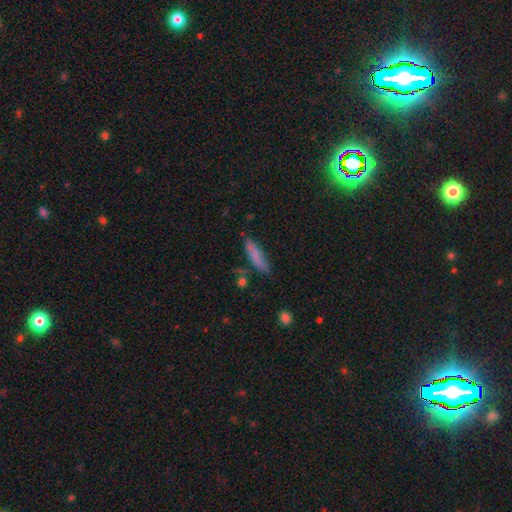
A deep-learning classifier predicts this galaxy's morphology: Q: Smooth or featured?
A: smooth (77%); runner-up: featured or disk (16%)
Q: How rounded?
A: cigar-shaped (70%); runner-up: in between (28%)
Q: Merging?
A: none (69%); runner-up: minor disturbance (21%)